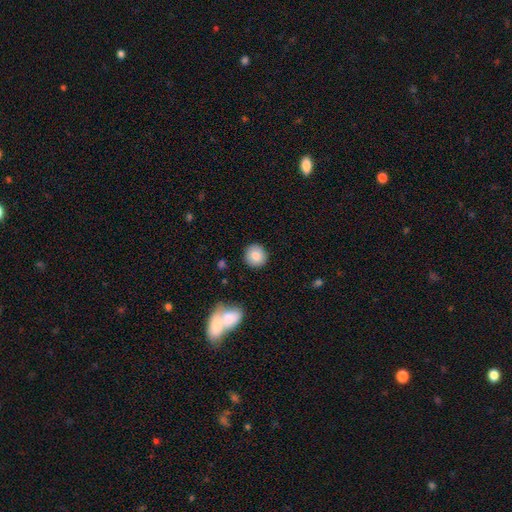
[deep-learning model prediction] Overall: smooth (83%). How rounded: round (90%). Merging: none (89%).